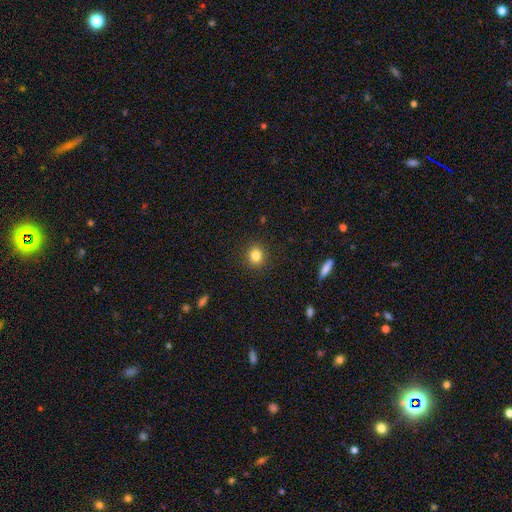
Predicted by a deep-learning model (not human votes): Smooth or featured? smooth (83%)
How rounded? round (80%)
Merging? none (91%)